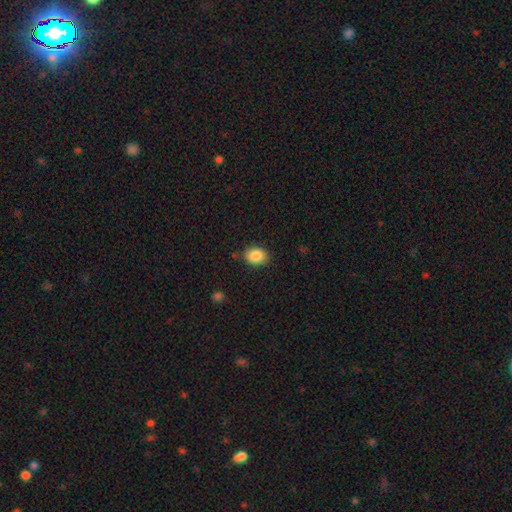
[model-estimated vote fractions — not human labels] Overall: smooth (87%). How rounded: in between (61%; round 38%). Merging: none (82%).